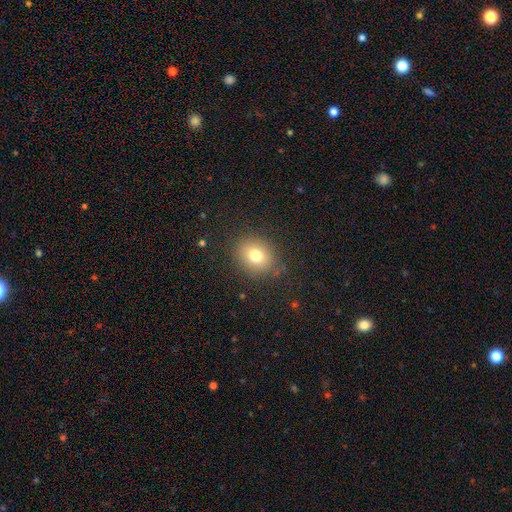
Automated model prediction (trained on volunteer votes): This is likely a smooth galaxy (75%). How rounded: likely round (72%). Merging: clearly none (83%).